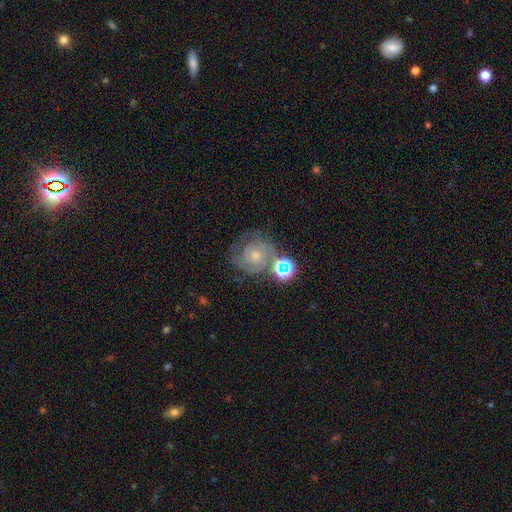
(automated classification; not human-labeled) This is likely a featured or disk galaxy (65%). It is clearly not viewed edge-on (97%). Bar: likely no (75%). Spiral arm pattern: clearly yes (89%). Spiral arm count: marginally 2 (37%). Spiral winding: likely tight (64%). Central bulge: possibly small (48%). Merging: possibly none (55%).